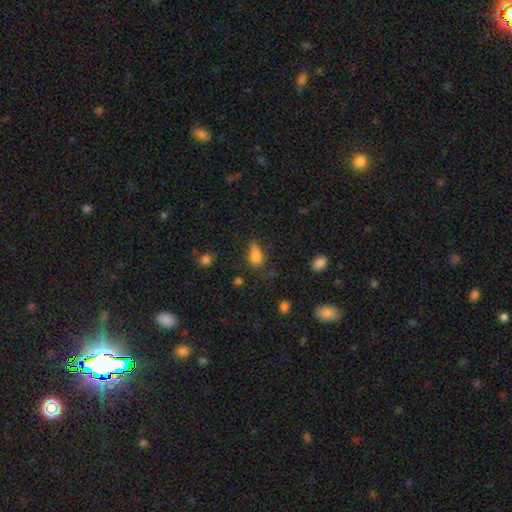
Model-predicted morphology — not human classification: This is clearly a smooth galaxy (82%). How rounded: clearly in between (85%). Merging: possibly none (46%).